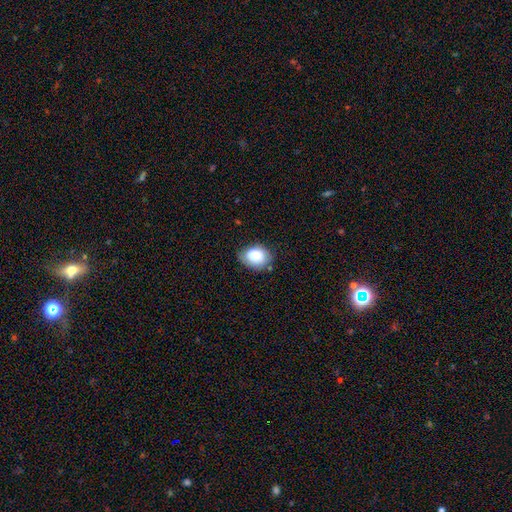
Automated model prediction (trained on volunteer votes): Morphology: type=smooth (81%); roundness=in between (55%); merging=none (67%).